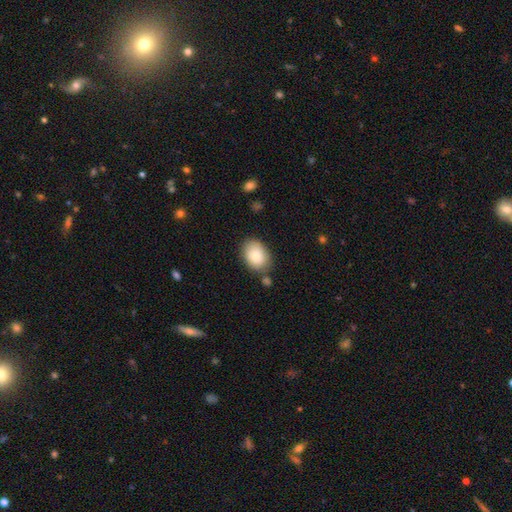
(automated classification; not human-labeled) Q: Smooth or featured?
A: smooth (82%); runner-up: featured or disk (11%)
Q: How rounded?
A: in between (75%); runner-up: round (24%)
Q: Merging?
A: none (76%); runner-up: minor disturbance (15%)